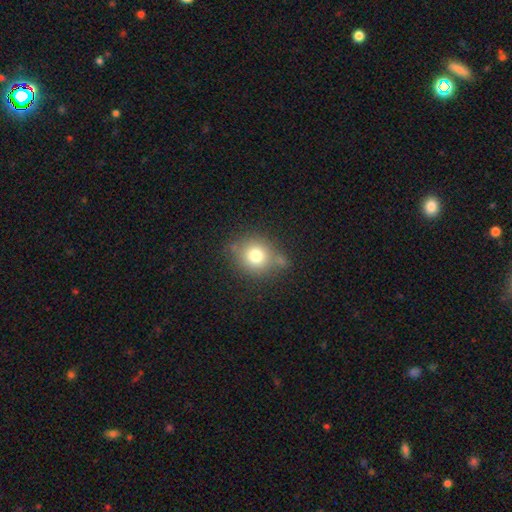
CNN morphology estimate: This is likely a smooth galaxy (76%). How rounded: likely round (78%). Merging: likely none (68%).